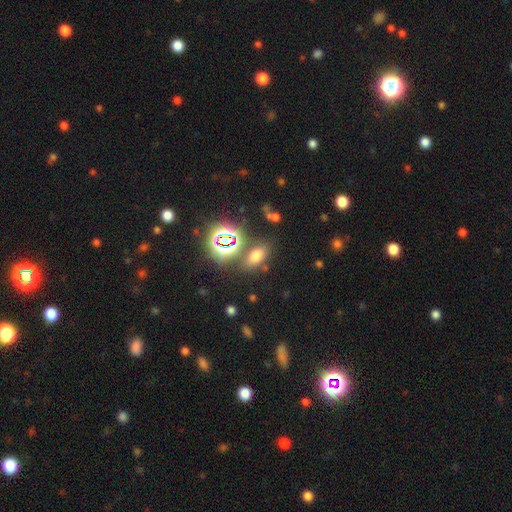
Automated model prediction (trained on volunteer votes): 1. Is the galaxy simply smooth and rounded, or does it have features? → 61% smooth, 30% star or artifact, 8% featured or disk.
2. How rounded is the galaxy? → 78% in between, 18% round, 4% cigar-shaped.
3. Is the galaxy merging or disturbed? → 75% none, 11% minor disturbance, 10% merger, 5% major disturbance.